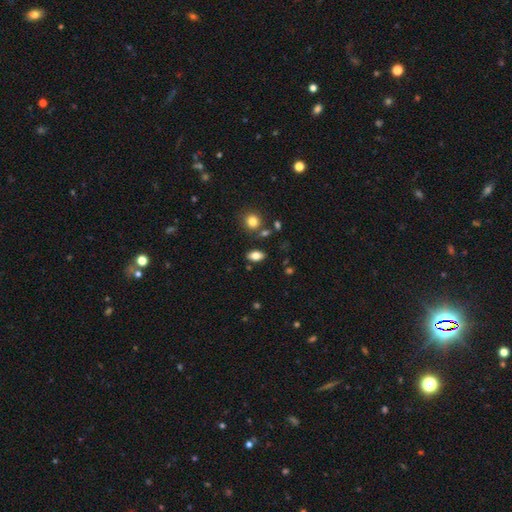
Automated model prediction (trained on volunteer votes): Overall: smooth (78%). How rounded: in between (87%). Merging: none (83%).